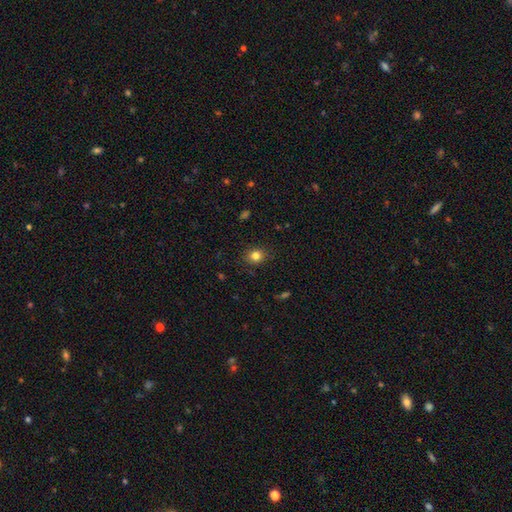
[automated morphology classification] Q: Smooth or featured?
A: smooth (82%); runner-up: star or artifact (12%)
Q: How rounded?
A: round (69%); runner-up: in between (30%)
Q: Merging?
A: none (87%); runner-up: minor disturbance (9%)